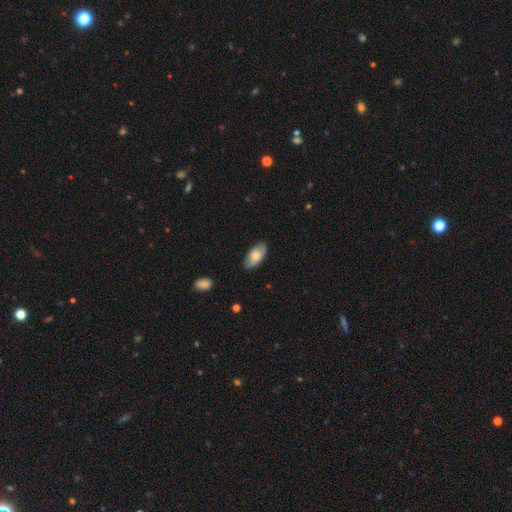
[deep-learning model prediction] smooth_or_featured: smooth (p=0.69) [alt: featured or disk p=0.25]
how_rounded: in between (p=0.92) [alt: cigar-shaped p=0.05]
merging: none (p=0.83) [alt: minor disturbance p=0.14]